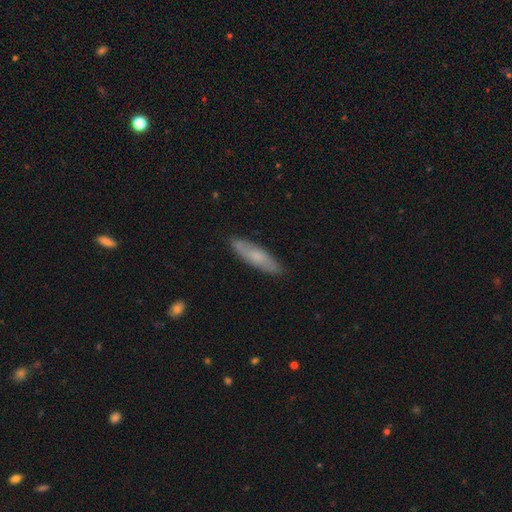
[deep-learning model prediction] Smooth or featured: smooth — 64% (featured or disk — 30%)
How rounded: cigar-shaped — 71% (in between — 28%)
Merging: none — 85% (minor disturbance — 12%)